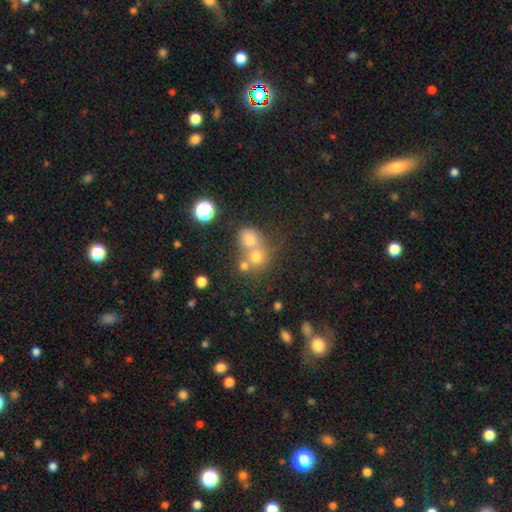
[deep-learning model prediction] Smooth or featured? Predicted: smooth (p=0.58). How rounded? Predicted: round (p=0.78). Merging? Predicted: merger (p=0.47).